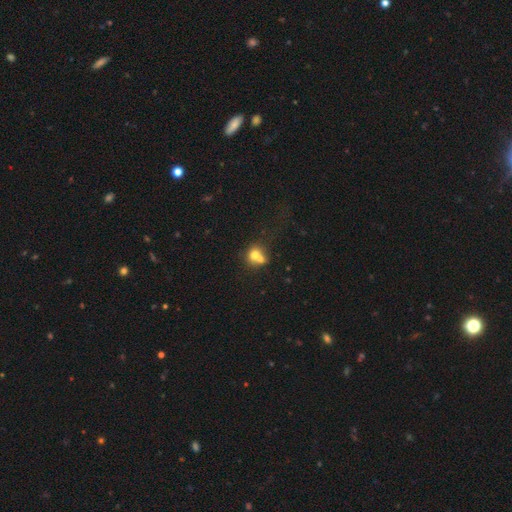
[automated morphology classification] Smooth or featured: smooth — 67% (featured or disk — 21%)
How rounded: round — 66% (in between — 33%)
Merging: merger — 58% (none — 27%)